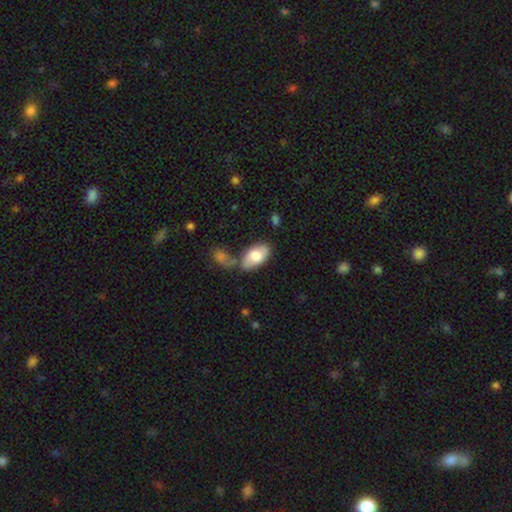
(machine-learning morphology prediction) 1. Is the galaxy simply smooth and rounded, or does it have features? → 74% smooth, 20% featured or disk, 6% star or artifact.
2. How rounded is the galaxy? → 94% in between, 3% round, 2% cigar-shaped.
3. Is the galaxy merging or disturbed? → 53% none, 20% minor disturbance, 19% merger, 8% major disturbance.